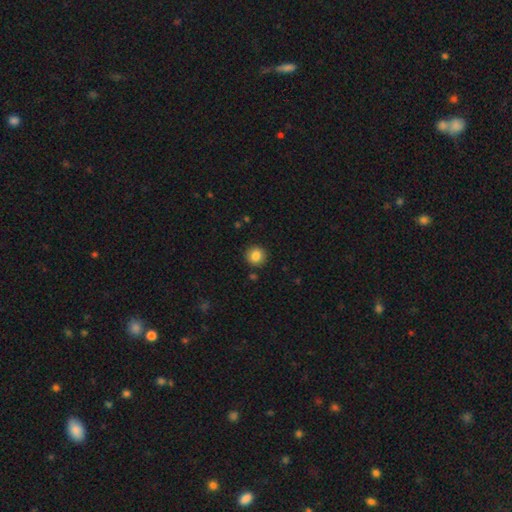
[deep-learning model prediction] smooth_or_featured: smooth (p=0.85) [alt: star or artifact p=0.09]
how_rounded: round (p=0.93) [alt: in between p=0.07]
merging: none (p=0.89) [alt: minor disturbance p=0.07]